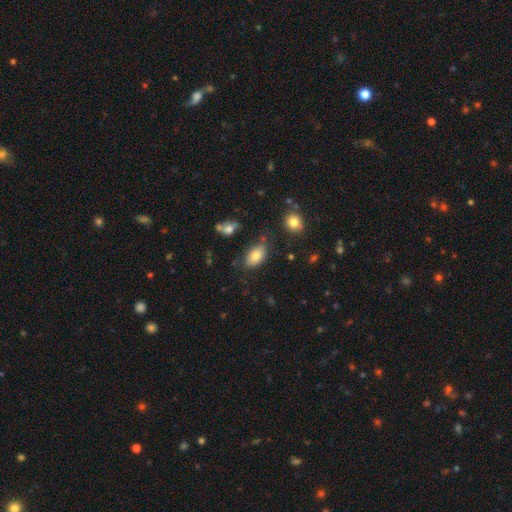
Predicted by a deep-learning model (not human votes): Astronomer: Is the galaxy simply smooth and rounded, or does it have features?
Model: smooth — 80%.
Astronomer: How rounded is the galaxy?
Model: in between — 92%.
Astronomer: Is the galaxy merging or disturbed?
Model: none — 74%.